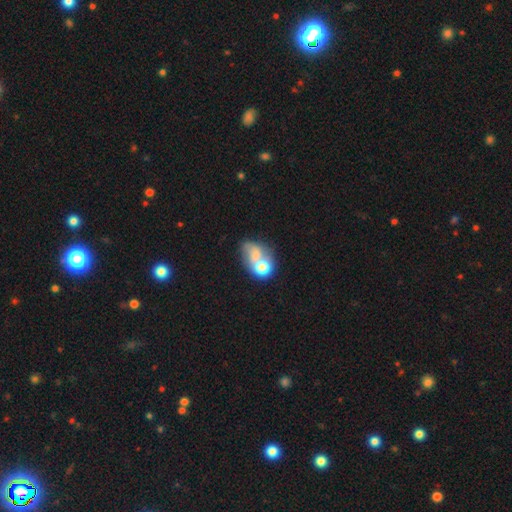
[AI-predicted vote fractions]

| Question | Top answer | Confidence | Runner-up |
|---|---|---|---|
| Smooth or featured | smooth | 56% | featured or disk (31%) |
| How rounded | in between | 60% | round (38%) |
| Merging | merger | 50% | none (21%) |